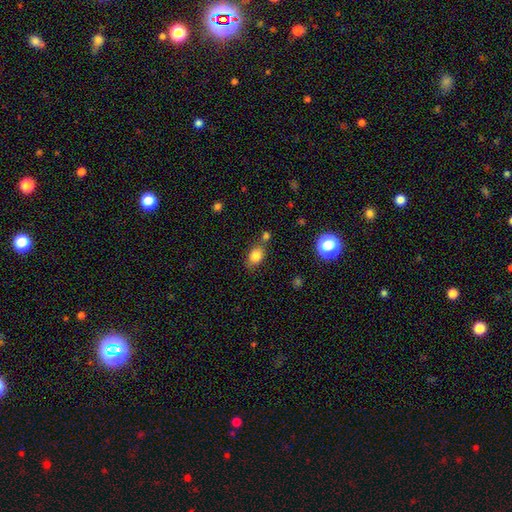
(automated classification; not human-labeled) Q: Smooth or featured?
A: smooth (82%); runner-up: star or artifact (11%)
Q: How rounded?
A: in between (71%); runner-up: round (27%)
Q: Merging?
A: none (64%); runner-up: minor disturbance (16%)